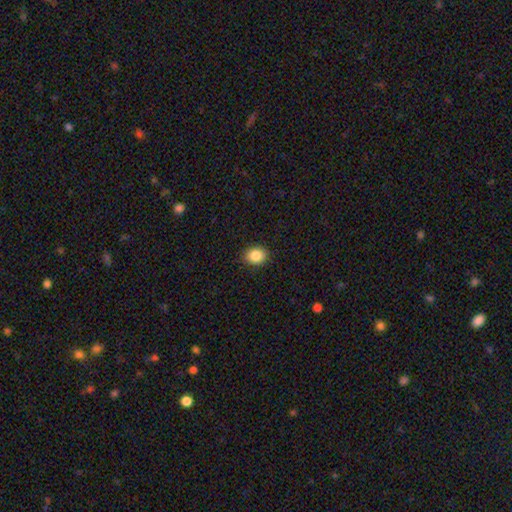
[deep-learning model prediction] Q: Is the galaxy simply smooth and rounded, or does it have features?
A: smooth — 86%.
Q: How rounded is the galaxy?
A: round — 56%.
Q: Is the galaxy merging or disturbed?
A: none — 89%.